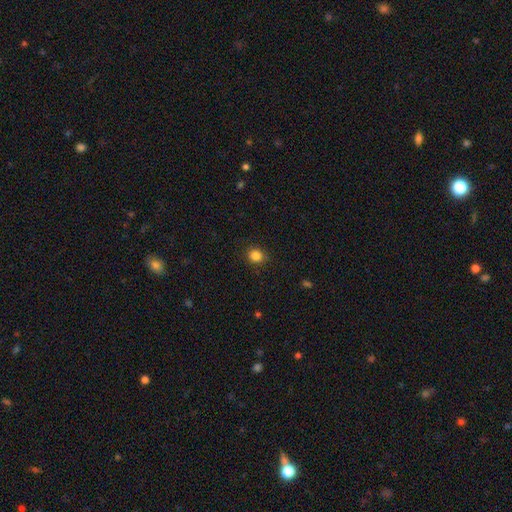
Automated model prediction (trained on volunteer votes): This appears to be a smooth galaxy with no disk features (85%) that is round (80%). Merging: none (89%).